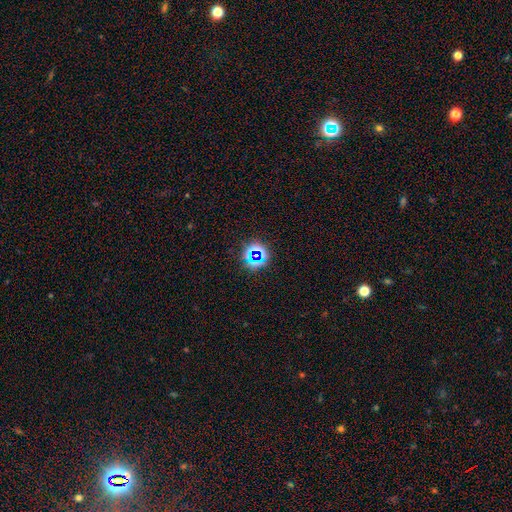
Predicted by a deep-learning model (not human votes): Smooth or featured: star or artifact — 66% (smooth — 24%)